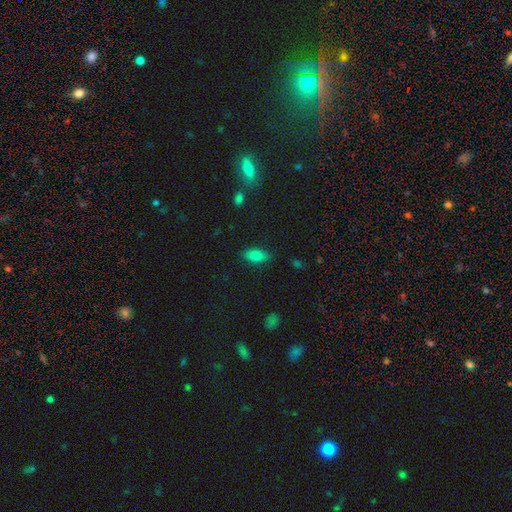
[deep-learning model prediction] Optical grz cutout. It shows a smooth galaxy with no disk features (82%) that is in between round and cigar-shaped (89%). Merging: none (83%).